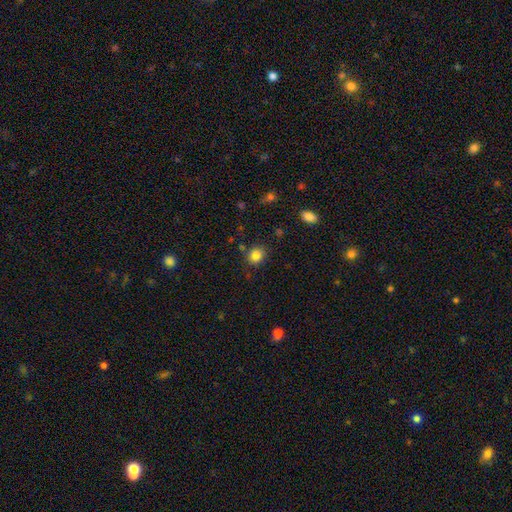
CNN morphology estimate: Overall: smooth (84%). How rounded: round (80%). Merging: none (84%).